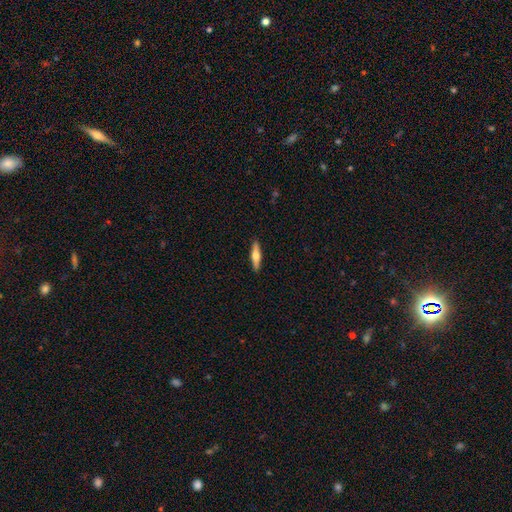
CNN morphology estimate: A featured or disk galaxy (49%).

Vote fractions:
- Smooth or featured? featured or disk: 49% / smooth: 46% / star or artifact: 6%
- Merging? none: 91% / minor disturbance: 6% / major disturbance: 1% / merger: 1%